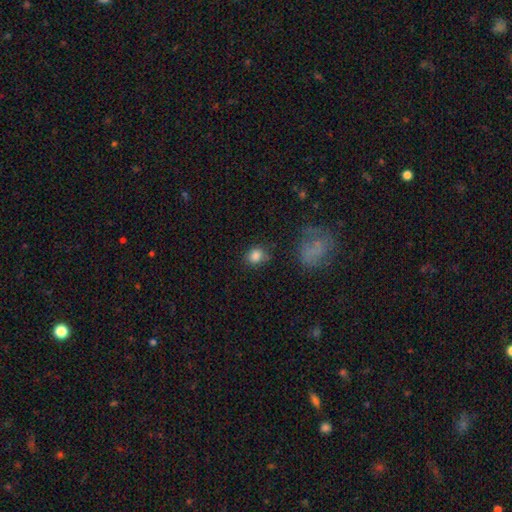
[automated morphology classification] Smooth or featured: smooth — 85% (star or artifact — 10%)
How rounded: round — 69% (in between — 30%)
Merging: none — 77% (minor disturbance — 15%)